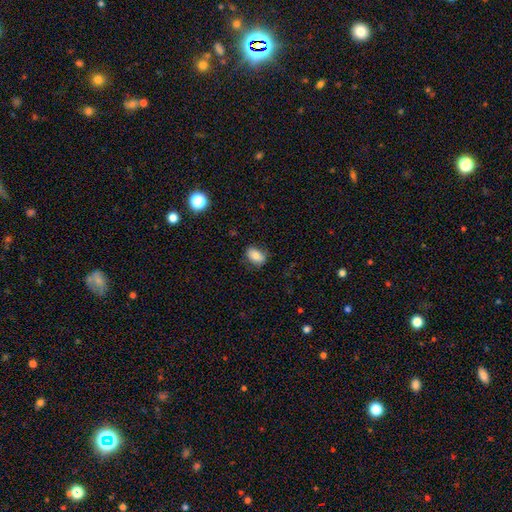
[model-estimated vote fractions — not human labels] smooth_or_featured: smooth (p=0.81) [alt: featured or disk p=0.10]
how_rounded: in between (p=0.85) [alt: round p=0.13]
merging: none (p=0.78) [alt: minor disturbance p=0.17]